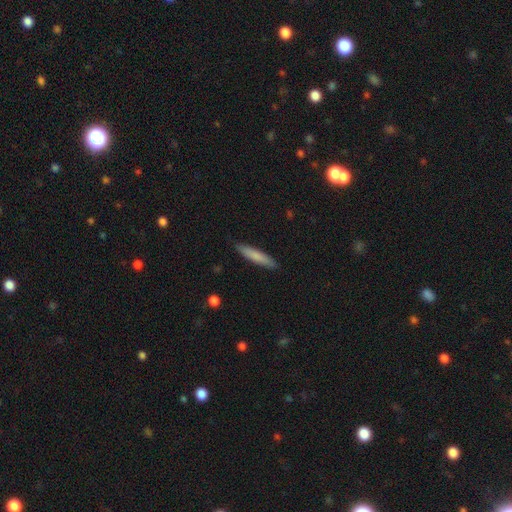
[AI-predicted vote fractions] Overall: smooth (79%). How rounded: cigar-shaped (89%). Merging: none (89%).